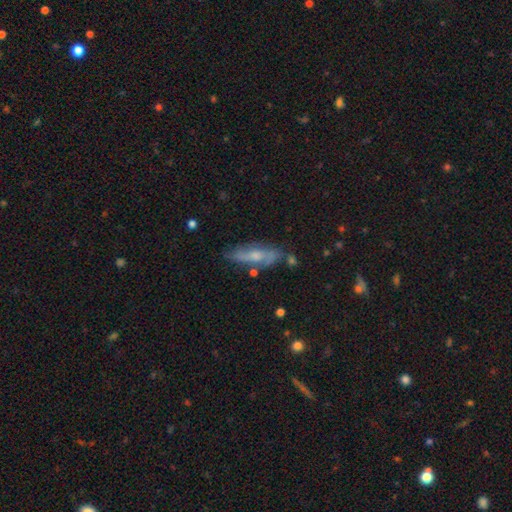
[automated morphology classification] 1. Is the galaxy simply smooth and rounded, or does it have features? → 57% featured or disk, 34% smooth, 9% star or artifact.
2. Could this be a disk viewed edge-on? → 66% no, 34% yes.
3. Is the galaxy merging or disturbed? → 69% none, 20% minor disturbance, 6% major disturbance, 5% merger.